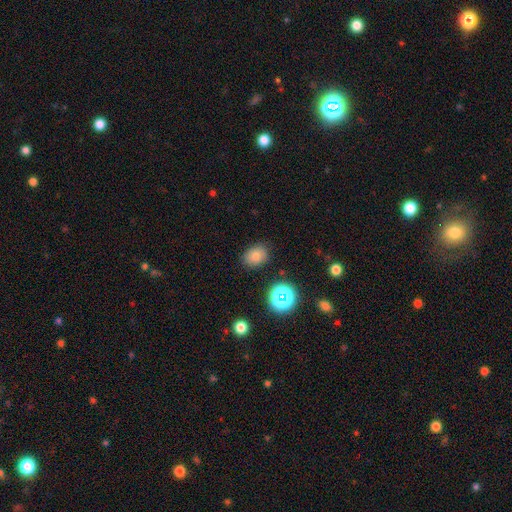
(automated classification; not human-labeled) A smooth galaxy with no disk features (73%) that is in between round and cigar-shaped (55%).

Vote fractions:
- Smooth or featured? smooth: 73% / star or artifact: 16% / featured or disk: 10%
- How rounded? in between: 55% / round: 44% / cigar-shaped: 1%
- Merging? none: 84% / minor disturbance: 11% / major disturbance: 3% / merger: 2%